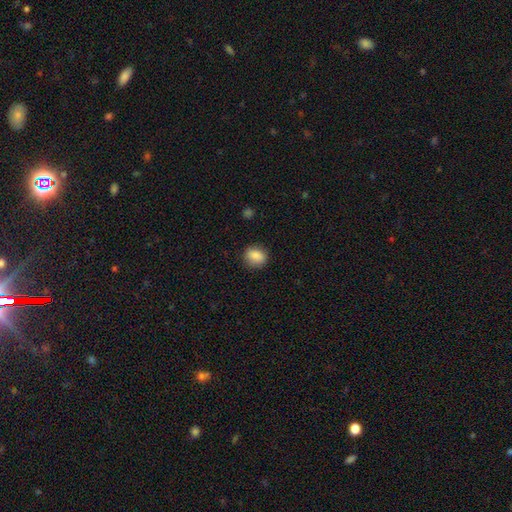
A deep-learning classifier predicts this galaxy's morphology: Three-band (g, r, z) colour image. It shows a smooth galaxy with no disk features (87%) that is round (61%). Merging: none (85%).